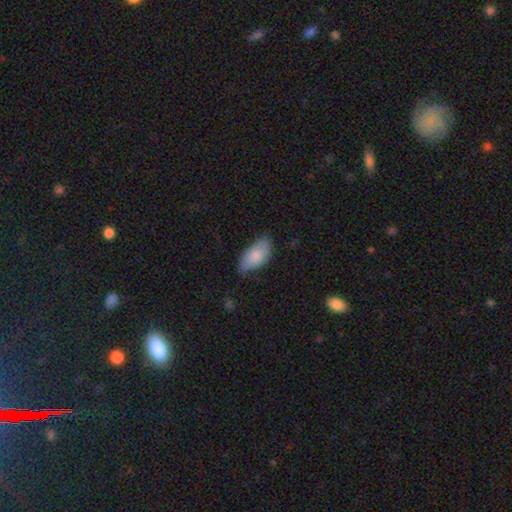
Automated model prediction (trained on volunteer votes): A smooth galaxy with no disk features (82%) that is in between round and cigar-shaped (94%).

Vote fractions:
- Smooth or featured? smooth: 82% / featured or disk: 12% / star or artifact: 6%
- How rounded? in between: 94% / cigar-shaped: 4% / round: 3%
- Merging? none: 60% / minor disturbance: 33% / major disturbance: 6% / merger: 1%